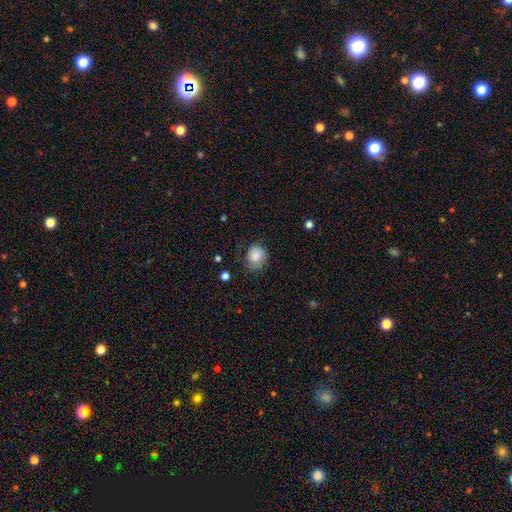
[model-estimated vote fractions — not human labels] Smooth or featured? Predicted: smooth (p=0.67). How rounded? Predicted: round (p=0.77). Merging? Predicted: none (p=0.63).